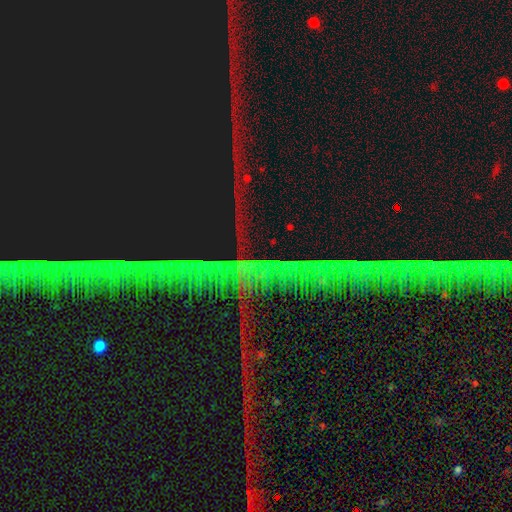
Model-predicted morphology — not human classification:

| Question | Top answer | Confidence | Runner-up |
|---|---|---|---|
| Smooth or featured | star or artifact | 86% | featured or disk (8%) |